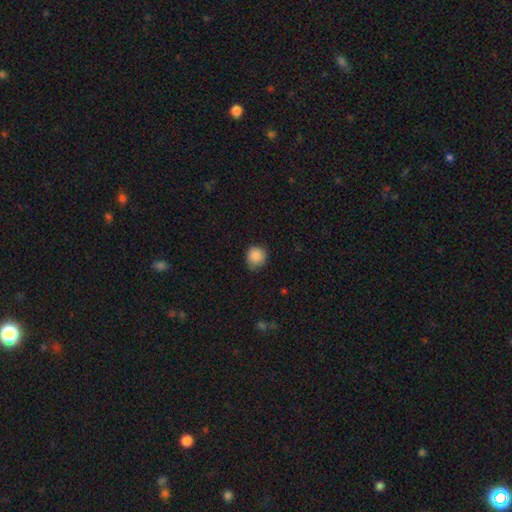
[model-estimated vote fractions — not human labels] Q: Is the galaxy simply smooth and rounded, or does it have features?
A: smooth — 88%.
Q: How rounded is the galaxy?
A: round — 88%.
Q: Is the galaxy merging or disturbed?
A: none — 80%.